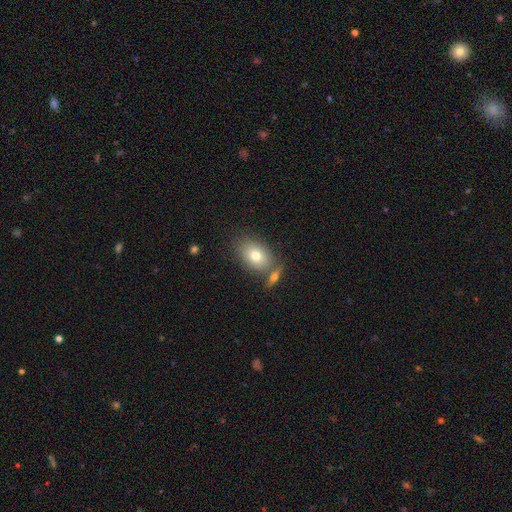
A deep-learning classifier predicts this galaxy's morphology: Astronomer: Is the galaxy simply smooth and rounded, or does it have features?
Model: smooth — 75%.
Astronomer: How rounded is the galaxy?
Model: in between — 81%.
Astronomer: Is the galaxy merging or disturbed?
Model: none — 64%.